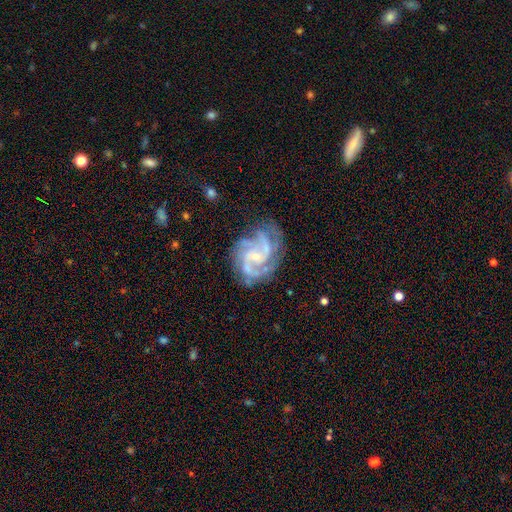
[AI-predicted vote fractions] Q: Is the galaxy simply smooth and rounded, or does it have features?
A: featured or disk — 91%.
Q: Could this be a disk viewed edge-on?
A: no — 98%.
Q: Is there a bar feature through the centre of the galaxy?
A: no — 57%.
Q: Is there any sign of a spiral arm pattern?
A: yes — 98%.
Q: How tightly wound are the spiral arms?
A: medium — 51%.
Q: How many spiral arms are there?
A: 3 — 39%.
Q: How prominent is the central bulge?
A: small — 74%.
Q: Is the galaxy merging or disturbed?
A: none — 71%.